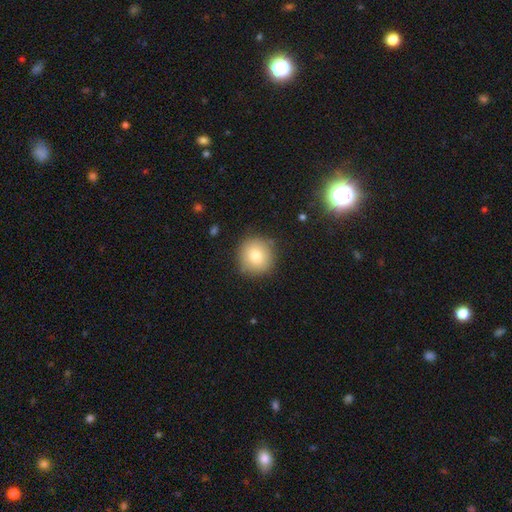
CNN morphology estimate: smooth 78%, featured or disk 12%, star or artifact 10%. Down the decision tree: how rounded — round (93%); merging — none (86%).